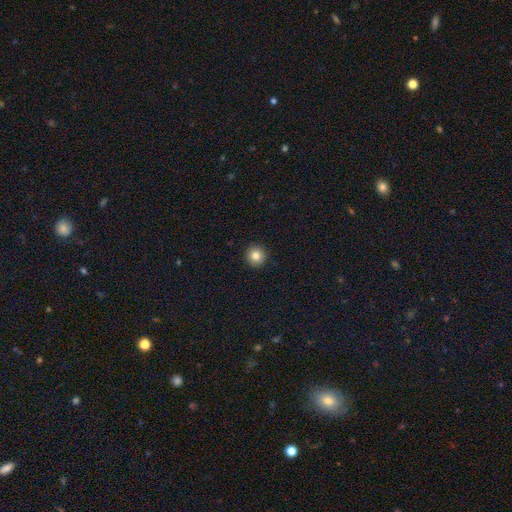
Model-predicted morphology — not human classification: A smooth galaxy with no disk features (83%) that is round (95%).

Vote fractions:
- Smooth or featured? smooth: 83% / star or artifact: 10% / featured or disk: 7%
- How rounded? round: 95% / in between: 4% / cigar-shaped: 1%
- Merging? none: 93% / minor disturbance: 4% / major disturbance: 1% / merger: 1%